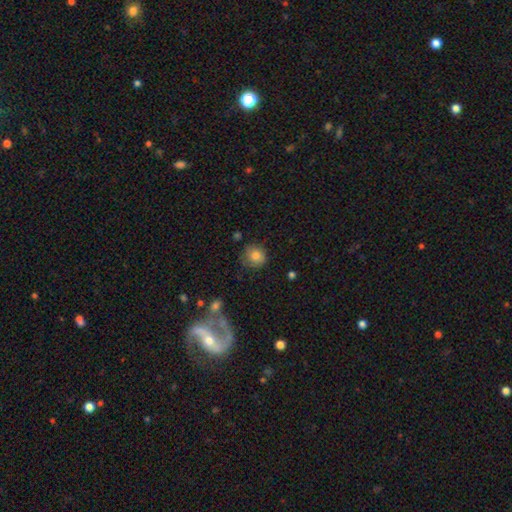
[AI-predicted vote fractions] smooth_or_featured: smooth (p=0.84) [alt: star or artifact p=0.10]
how_rounded: round (p=0.87) [alt: in between p=0.12]
merging: none (p=0.78) [alt: minor disturbance p=0.16]